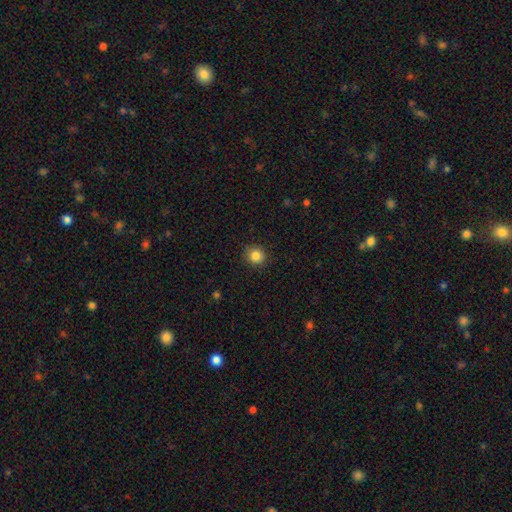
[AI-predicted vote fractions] Smooth or featured: smooth — 85% (star or artifact — 11%)
How rounded: round — 88% (in between — 11%)
Merging: none — 89% (minor disturbance — 8%)